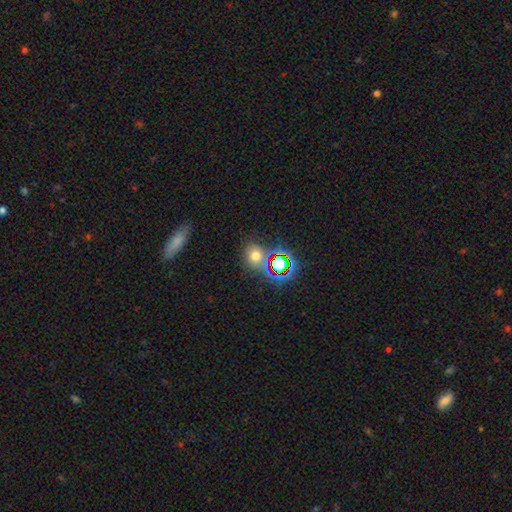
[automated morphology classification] A smooth galaxy with no disk features (60%) that is round (72%).

Vote fractions:
- Smooth or featured? smooth: 60% / star or artifact: 31% / featured or disk: 9%
- How rounded? round: 72% / in between: 27% / cigar-shaped: 1%
- Merging? none: 70% / merger: 13% / minor disturbance: 12% / major disturbance: 5%